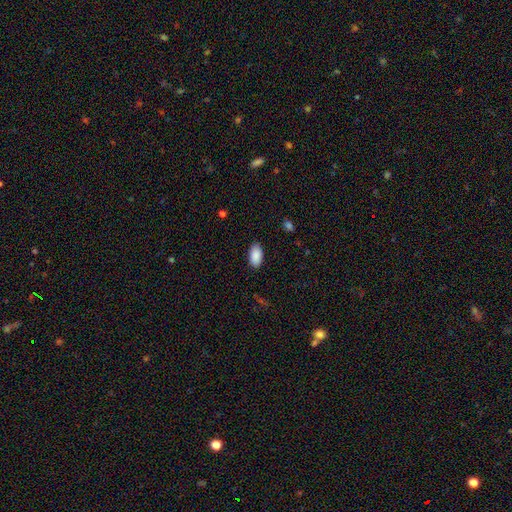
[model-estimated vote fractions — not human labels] Q: Smooth or featured?
A: smooth (90%); runner-up: star or artifact (6%)
Q: How rounded?
A: in between (95%); runner-up: cigar-shaped (3%)
Q: Merging?
A: none (87%); runner-up: minor disturbance (10%)